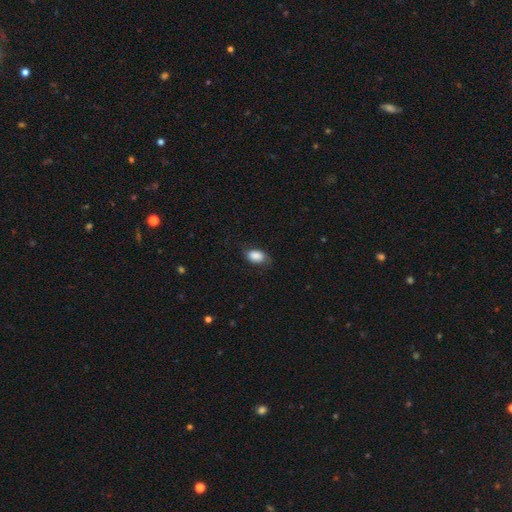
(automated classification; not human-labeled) Smooth or featured? smooth (82%)
How rounded? in between (88%)
Merging? none (64%)